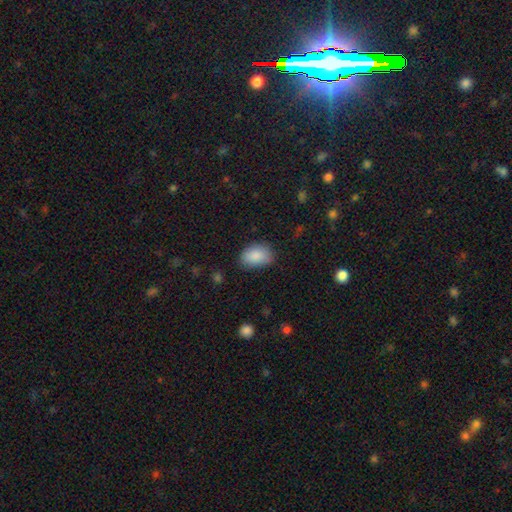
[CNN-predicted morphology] Smooth or featured?
  - smooth: 88% *
  - star or artifact: 7%
  - featured or disk: 5%
How rounded?
  - in between: 86% *
  - round: 12%
  - cigar-shaped: 1%
Merging?
  - none: 76% *
  - minor disturbance: 19%
  - major disturbance: 4%
  - merger: 1%